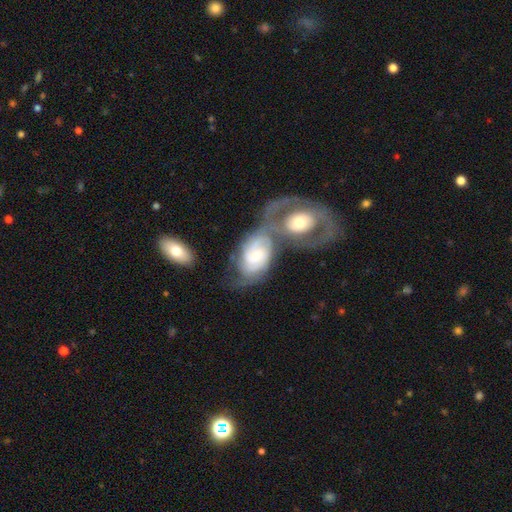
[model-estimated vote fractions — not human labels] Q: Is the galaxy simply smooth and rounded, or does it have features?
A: featured or disk — 82%.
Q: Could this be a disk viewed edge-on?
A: no — 96%.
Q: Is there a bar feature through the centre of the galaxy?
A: no — 59%.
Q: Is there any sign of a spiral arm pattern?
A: yes — 95%.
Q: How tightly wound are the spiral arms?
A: tight — 50%.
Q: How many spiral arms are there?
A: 2 — 59%.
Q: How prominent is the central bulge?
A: small — 49%.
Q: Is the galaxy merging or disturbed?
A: merger — 54%.